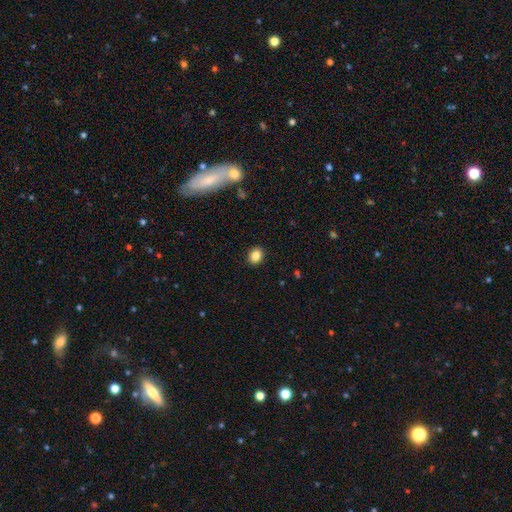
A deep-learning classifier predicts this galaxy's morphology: This is clearly a smooth galaxy (84%). How rounded: possibly in between (50%). Merging: clearly none (90%).